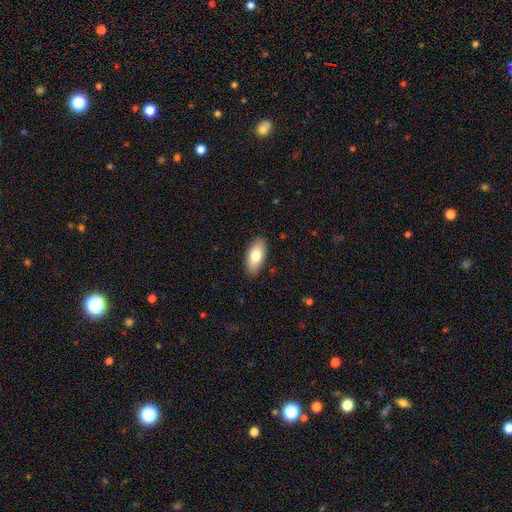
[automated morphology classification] Smooth or featured?
  - smooth: 81% *
  - featured or disk: 13%
  - star or artifact: 6%
How rounded?
  - in between: 90% *
  - cigar-shaped: 8%
  - round: 2%
Merging?
  - none: 88% *
  - minor disturbance: 9%
  - major disturbance: 2%
  - merger: 1%